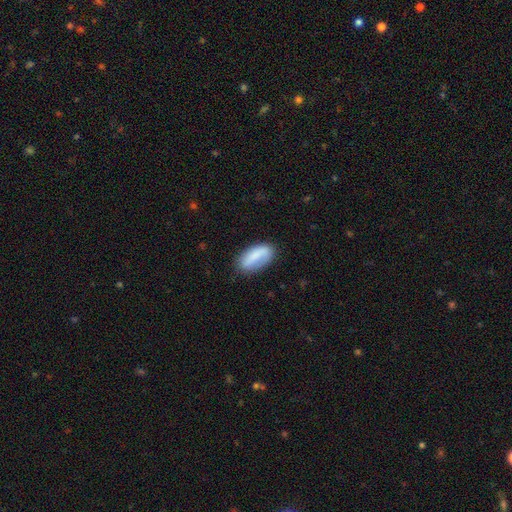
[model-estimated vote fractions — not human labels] A smooth galaxy with no disk features (75%) that is in between round and cigar-shaped (88%). Merging: none (70%).